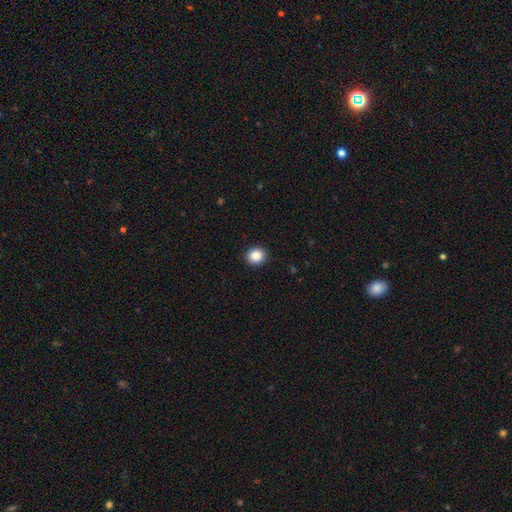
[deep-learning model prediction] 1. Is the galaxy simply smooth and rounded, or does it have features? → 87% smooth, 9% star or artifact, 4% featured or disk.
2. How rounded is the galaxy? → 85% round, 14% in between, 1% cigar-shaped.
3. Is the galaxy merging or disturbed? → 92% none, 5% minor disturbance, 2% major disturbance, 1% merger.